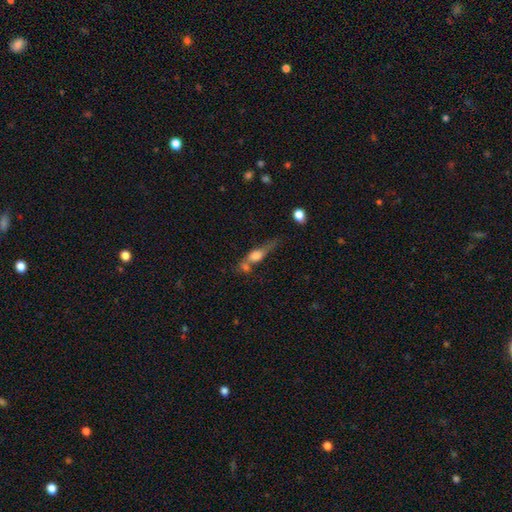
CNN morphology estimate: smooth_or_featured: smooth (p=0.55) [alt: featured or disk p=0.34]
how_rounded: in between (p=0.45) [alt: cigar-shaped p=0.41]
merging: merger (p=0.40) [alt: none p=0.26]